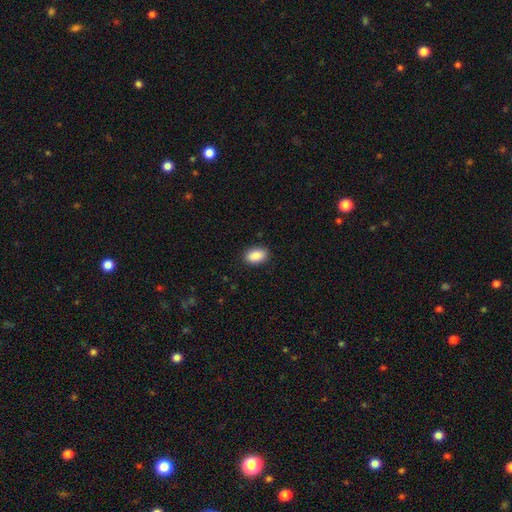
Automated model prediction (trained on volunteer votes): Smooth or featured? smooth (88%)
How rounded? in between (90%)
Merging? none (89%)